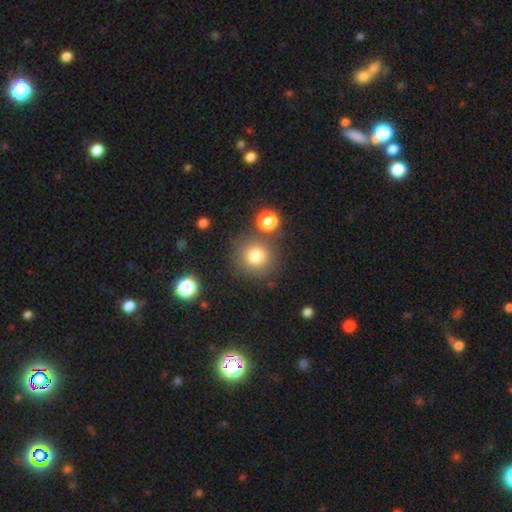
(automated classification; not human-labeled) A smooth galaxy with no disk features (80%) that is round (93%). Merging: none (75%).